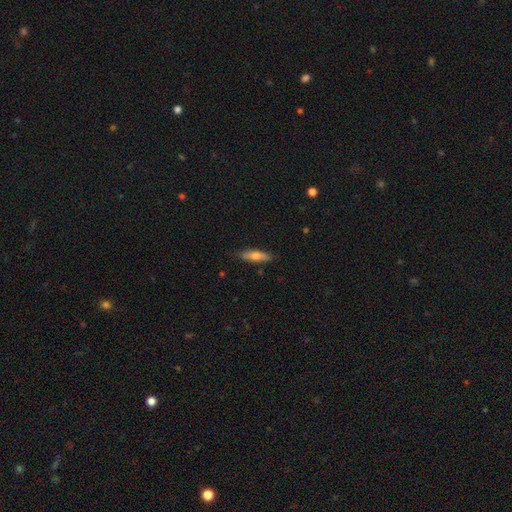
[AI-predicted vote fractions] smooth 65%, featured or disk 28%, star or artifact 6%. Down the decision tree: how rounded — cigar-shaped (67%); merging — none (84%).